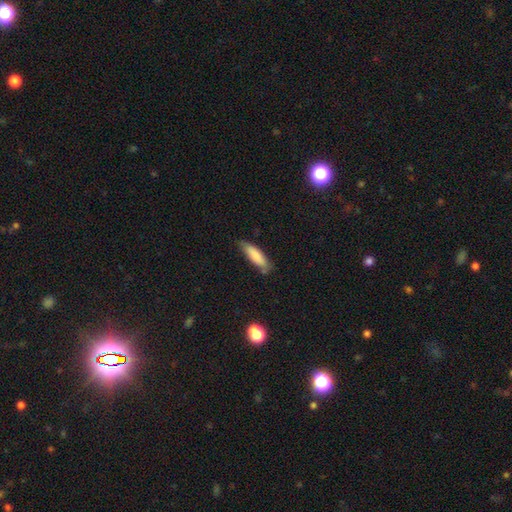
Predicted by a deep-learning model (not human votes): Smooth or featured? smooth (82%)
How rounded? cigar-shaped (58%)
Merging? none (72%)